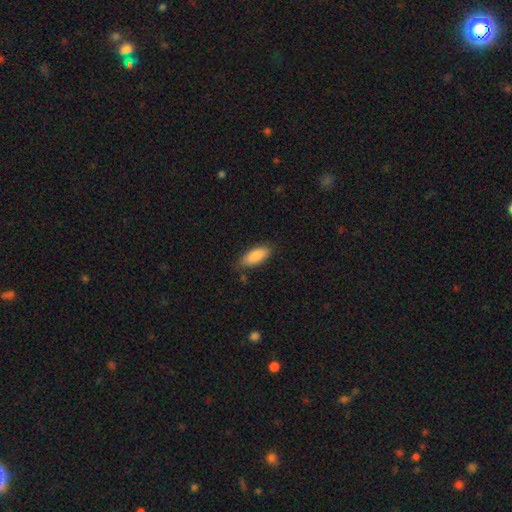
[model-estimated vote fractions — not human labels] smooth_or_featured: smooth (p=0.86) [alt: featured or disk p=0.08]
how_rounded: in between (p=0.82) [alt: cigar-shaped p=0.16]
merging: none (p=0.79) [alt: minor disturbance p=0.16]